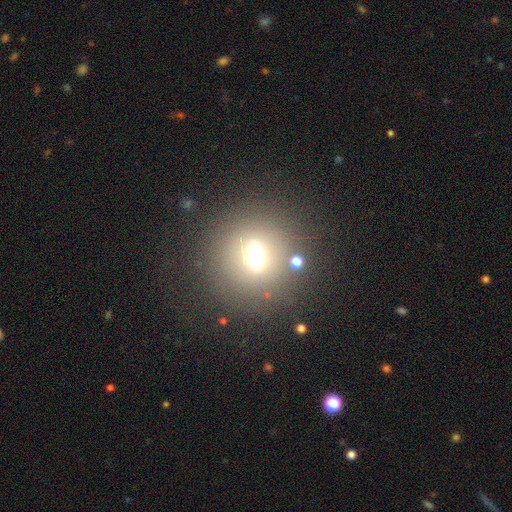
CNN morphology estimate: A smooth galaxy with no disk features (48%). Merging: none (79%).